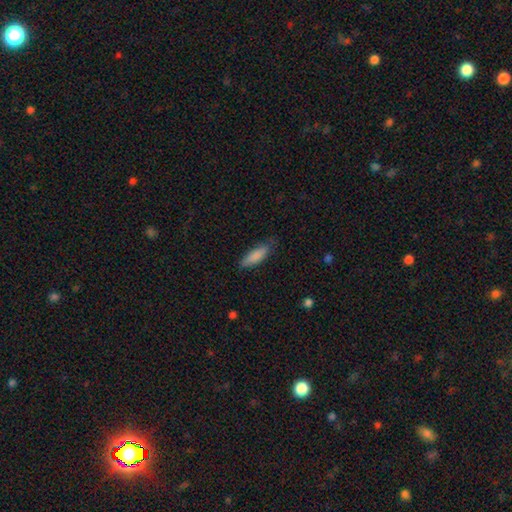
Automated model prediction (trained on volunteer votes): Smooth or featured? Predicted: smooth (p=0.84). How rounded? Predicted: in between (p=0.50). Merging? Predicted: none (p=0.73).